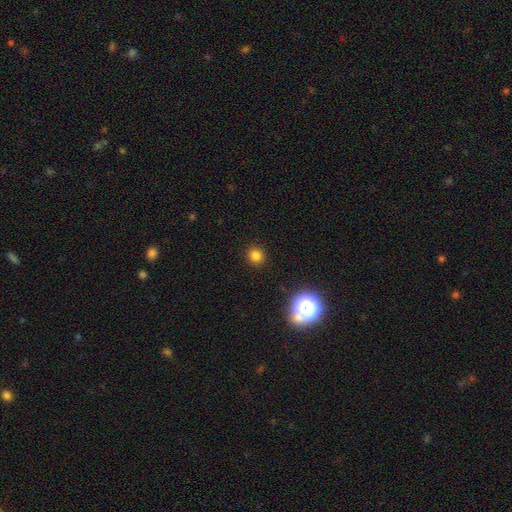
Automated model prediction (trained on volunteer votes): The model was most divided on "smooth or featured": smooth: 80%, star or artifact: 16%, featured or disk: 4%. More confident: merging — none (91%); how rounded — round (90%).